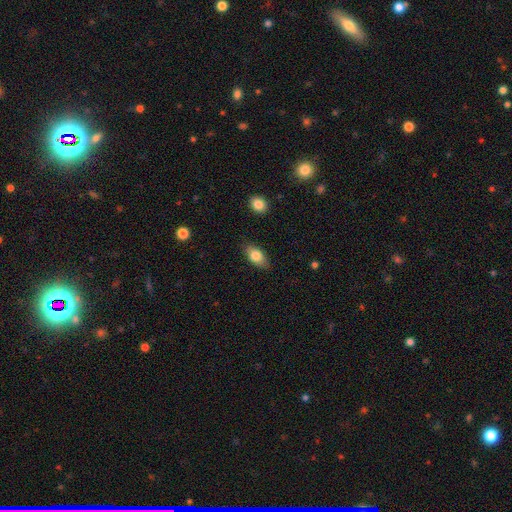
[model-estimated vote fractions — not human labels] smooth_or_featured: smooth (p=0.80) [alt: featured or disk p=0.13]
how_rounded: in between (p=0.90) [alt: round p=0.06]
merging: none (p=0.85) [alt: minor disturbance p=0.11]